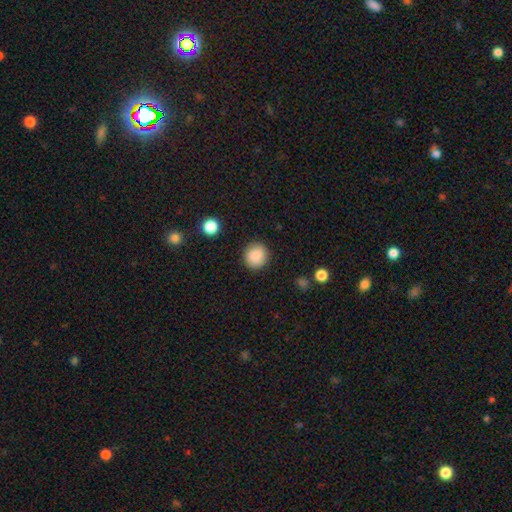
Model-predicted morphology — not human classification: This appears to be a smooth galaxy with no disk features (87%) that is round (91%). Merging: none (89%).